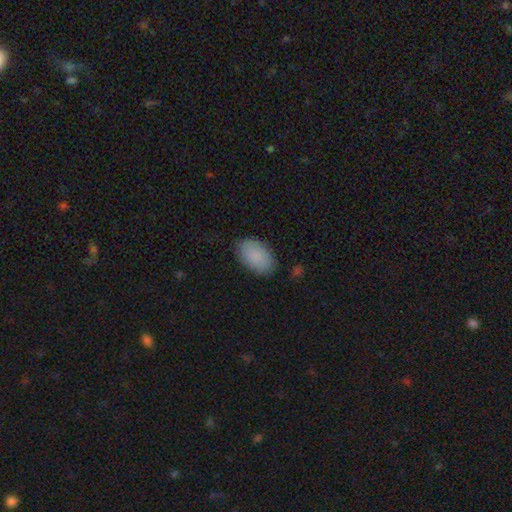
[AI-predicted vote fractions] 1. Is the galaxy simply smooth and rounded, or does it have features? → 89% smooth, 6% star or artifact, 5% featured or disk.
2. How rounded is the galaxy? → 93% in between, 6% round, 1% cigar-shaped.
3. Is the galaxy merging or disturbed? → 85% none, 12% minor disturbance, 3% major disturbance, 1% merger.